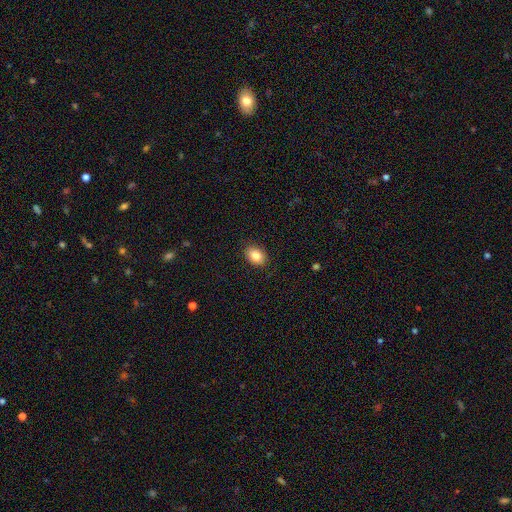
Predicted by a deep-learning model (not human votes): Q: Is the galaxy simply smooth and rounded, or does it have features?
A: smooth — 84%.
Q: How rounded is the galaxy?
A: in between — 73%.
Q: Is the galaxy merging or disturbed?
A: none — 89%.